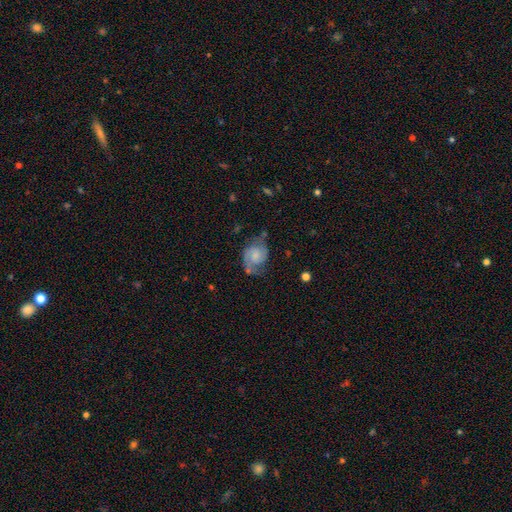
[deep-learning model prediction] A featured or disk galaxy (68%) with no bar (67%), 2 (82%) medium (48%) spiral arms (92%) and a small central bulge (40%).

Vote fractions:
- Smooth or featured? featured or disk: 68% / smooth: 25% / star or artifact: 7%
- Edge-on disk? no: 98% / yes: 2%
- Bar? no: 67% / weak: 29% / strong: 4%
- Spiral arms? yes: 92% / no: 8%
- Spiral winding? medium: 48% / tight: 28% / loose: 24%
- Spiral arm count? 2: 82% / can't tell: 8% / 1: 7% / 3: 2% / 4: 1% / more than 4: 1%
- Bulge size? small: 40% / moderate: 26% / none: 24% / large: 8% / dominant: 2%
- Merging? none: 54% / minor disturbance: 28% / major disturbance: 15% / merger: 4%